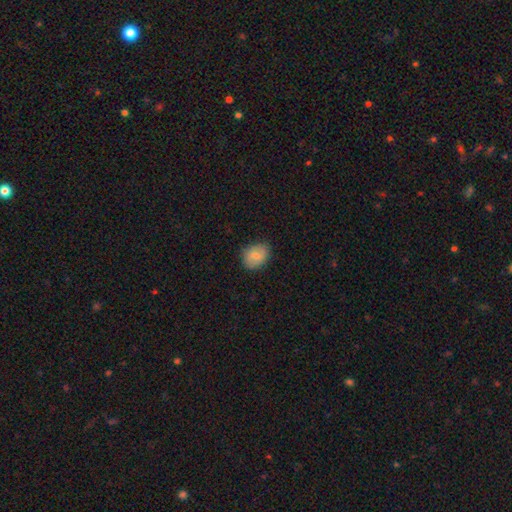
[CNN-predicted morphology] type=smooth (77%); roundness=in between (61%); merging=none (83%).